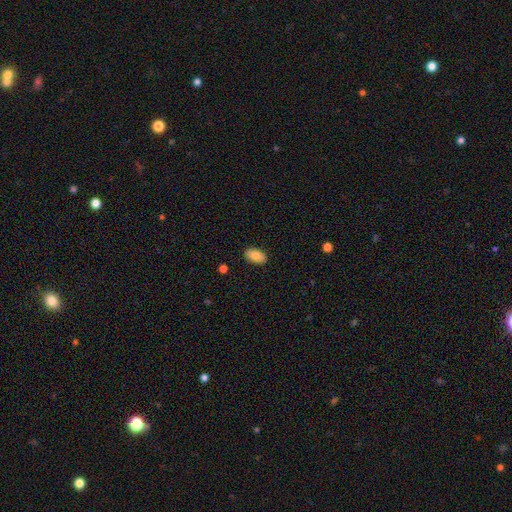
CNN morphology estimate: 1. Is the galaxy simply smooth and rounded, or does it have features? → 84% smooth, 9% featured or disk, 7% star or artifact.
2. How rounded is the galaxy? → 93% in between, 5% round, 2% cigar-shaped.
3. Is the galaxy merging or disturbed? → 87% none, 10% minor disturbance, 2% major disturbance, 1% merger.